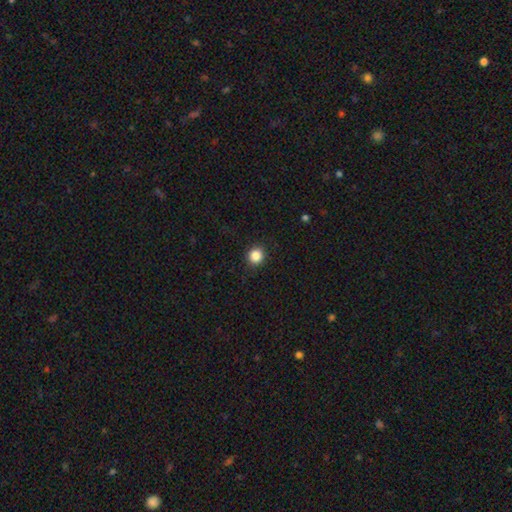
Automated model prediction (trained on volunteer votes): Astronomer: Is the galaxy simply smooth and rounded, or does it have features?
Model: smooth — 86%.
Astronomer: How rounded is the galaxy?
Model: round — 91%.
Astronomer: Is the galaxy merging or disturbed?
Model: none — 91%.